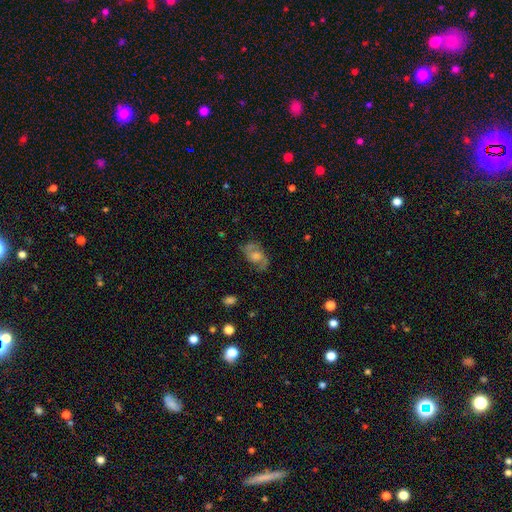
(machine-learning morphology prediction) Overall: featured or disk (68%). Edge-on disk: no (95%). Bar: no (60%; weak 34%). Spiral arms: yes (87%). Spiral arm count: 2 (82%). Spiral winding: medium (49%; loose 28%). Bulge size: moderate (51%; small 24%). Merging: none (76%).